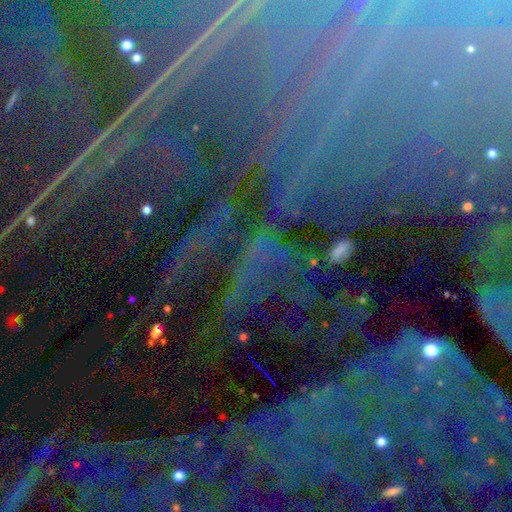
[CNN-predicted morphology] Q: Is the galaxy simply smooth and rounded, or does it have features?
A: star or artifact — 86%.